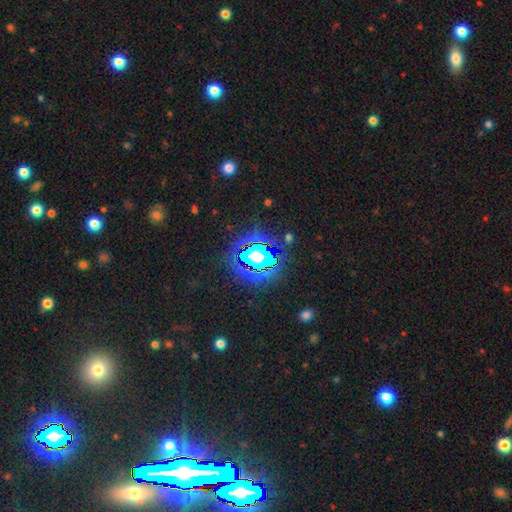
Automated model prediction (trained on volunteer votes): The model was most divided on "smooth or featured": star or artifact: 60%, smooth: 26%, featured or disk: 14%.